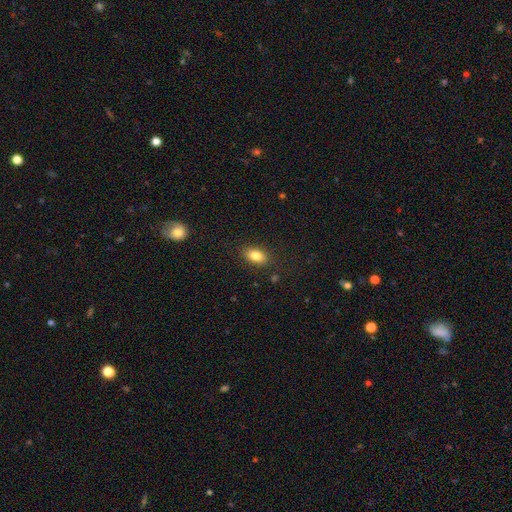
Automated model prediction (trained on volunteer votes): The model was most divided on "smooth or featured": smooth: 82%, featured or disk: 10%, star or artifact: 8%. More confident: how rounded — in between (88%); merging — none (86%).